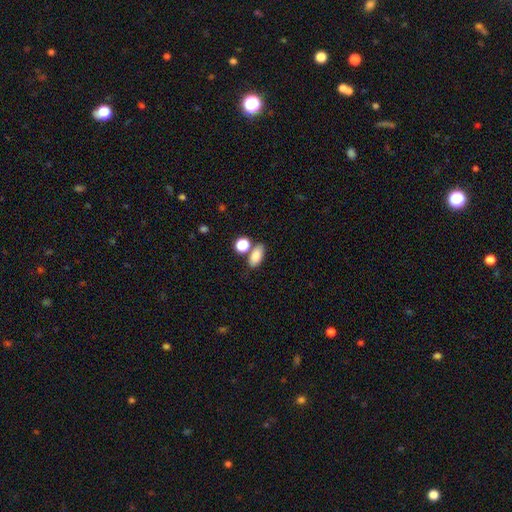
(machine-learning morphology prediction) smooth-or-featured: smooth: 83% | star or artifact: 10% | featured or disk: 7%
  how-rounded: in between: 87% | round: 10% | cigar-shaped: 4%
  merging: none: 65% | merger: 19% | minor disturbance: 12% | major disturbance: 4%